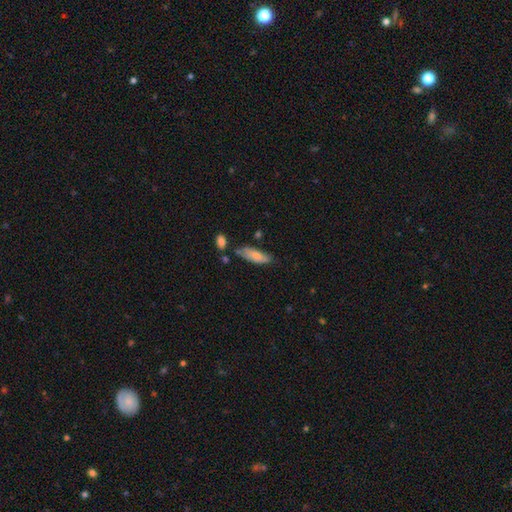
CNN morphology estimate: Smooth or featured? smooth (80%)
How rounded? in between (60%)
Merging? none (61%)